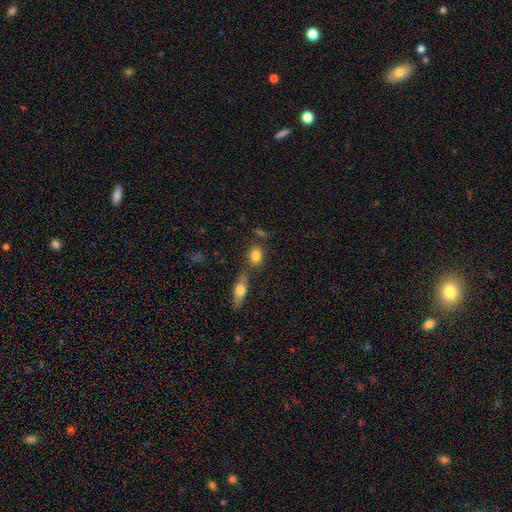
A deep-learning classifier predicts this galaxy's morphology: This is clearly a smooth galaxy (82%). How rounded: possibly in between (57%). Merging: likely none (63%).